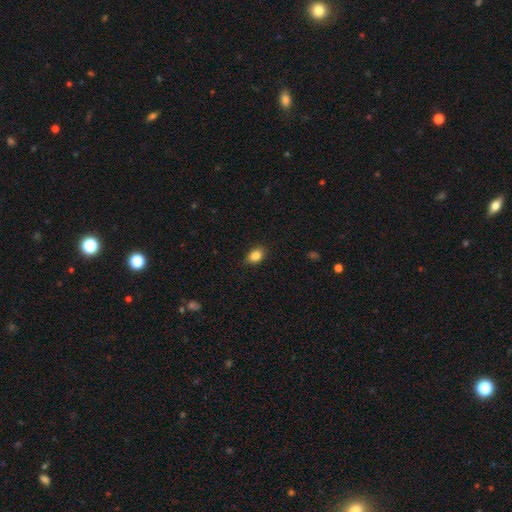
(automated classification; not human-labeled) smooth 86%, star or artifact 9%, featured or disk 5%. Down the decision tree: how rounded — in between (72%); merging — none (81%).